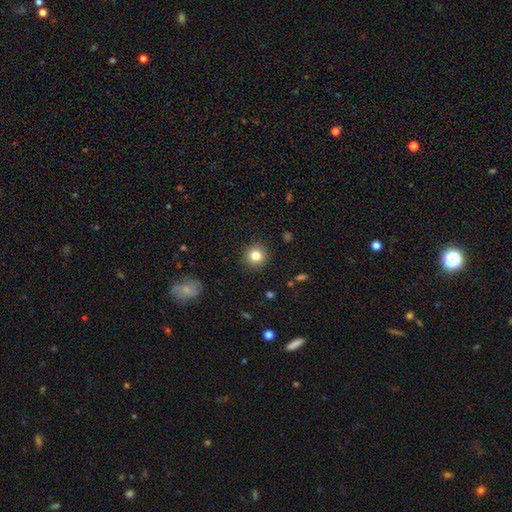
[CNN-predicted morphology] type=smooth (82%); roundness=round (93%); merging=none (91%).